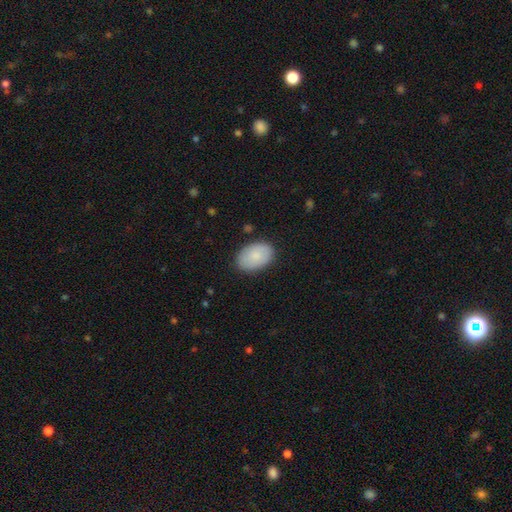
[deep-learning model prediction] smooth 85%, featured or disk 9%, star or artifact 6%. Down the decision tree: how rounded — in between (89%); merging — none (85%).